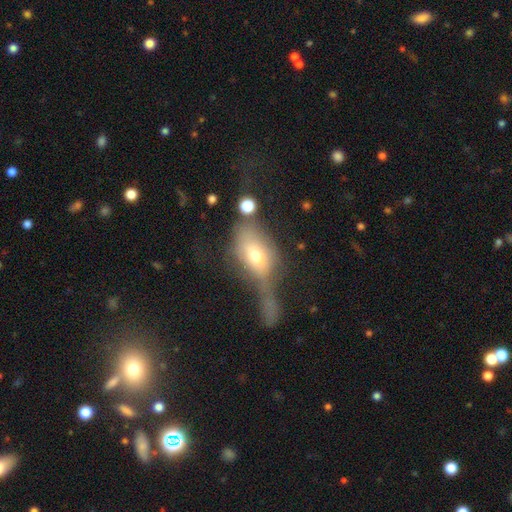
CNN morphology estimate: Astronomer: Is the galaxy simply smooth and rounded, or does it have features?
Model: smooth — 55% (runner-up: featured or disk, 34%).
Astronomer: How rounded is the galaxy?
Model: in between — 76%.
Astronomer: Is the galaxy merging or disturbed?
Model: major disturbance — 44% (runner-up: none, 19%).